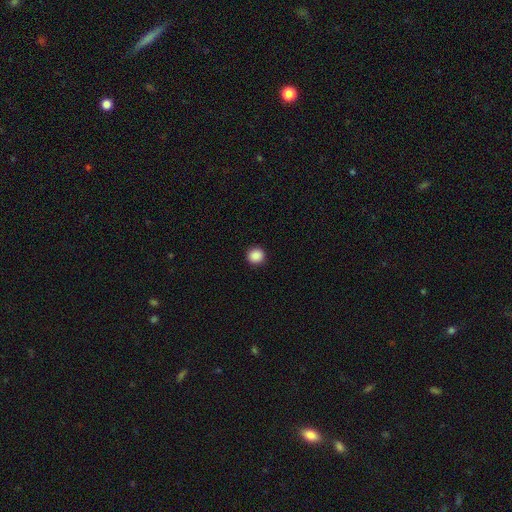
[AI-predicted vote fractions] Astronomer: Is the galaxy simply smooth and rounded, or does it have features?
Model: smooth — 88%.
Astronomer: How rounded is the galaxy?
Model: round — 94%.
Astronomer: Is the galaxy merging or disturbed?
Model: none — 93%.